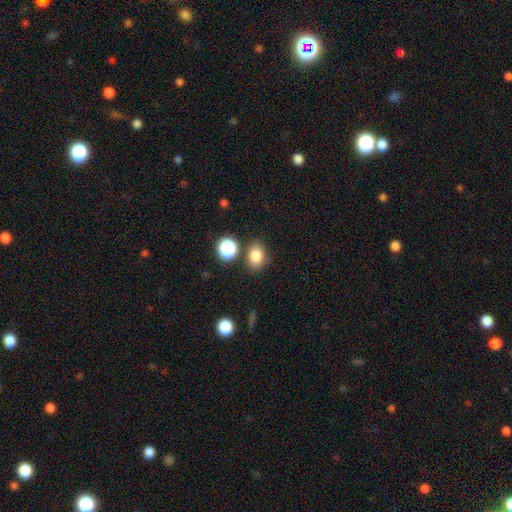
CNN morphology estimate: Smooth or featured: smooth — 83% (star or artifact — 11%)
How rounded: in between — 64% (round — 35%)
Merging: none — 78% (minor disturbance — 12%)